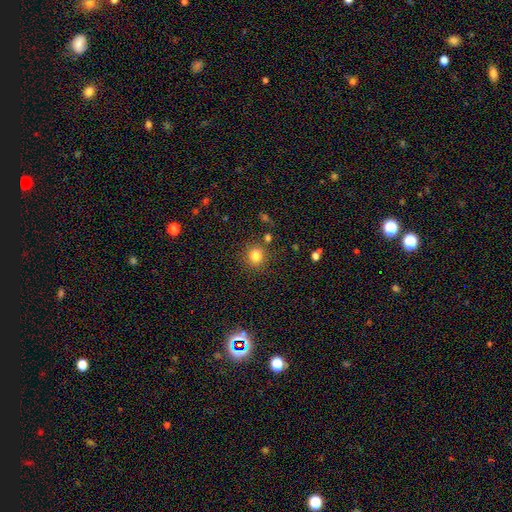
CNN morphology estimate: A smooth galaxy with no disk features (81%) that is round (88%).

Vote fractions:
- Smooth or featured? smooth: 81% / star or artifact: 13% / featured or disk: 6%
- How rounded? round: 88% / in between: 11% / cigar-shaped: 1%
- Merging? none: 82% / minor disturbance: 9% / merger: 5% / major disturbance: 4%